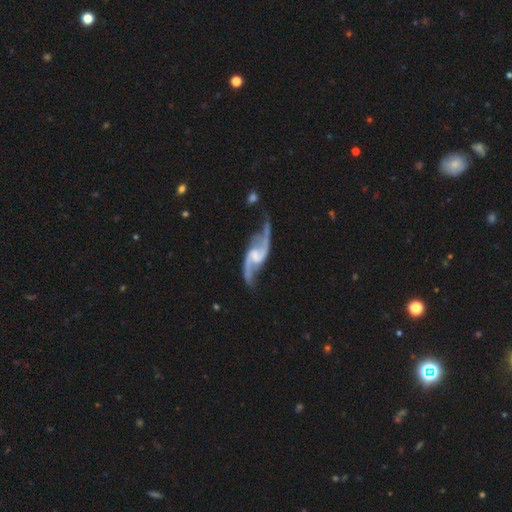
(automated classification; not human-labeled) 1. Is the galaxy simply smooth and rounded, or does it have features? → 92% featured or disk, 4% star or artifact, 4% smooth.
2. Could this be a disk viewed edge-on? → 97% no, 3% yes.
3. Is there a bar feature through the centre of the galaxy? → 51% weak, 29% no, 21% strong.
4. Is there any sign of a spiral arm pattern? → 97% yes, 3% no.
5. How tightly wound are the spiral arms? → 73% loose, 22% medium, 4% tight.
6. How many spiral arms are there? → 94% 2, 2% can't tell, 1% 1, 1% 3, 1% 4, 1% more than 4.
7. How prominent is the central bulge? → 41% none, 33% small, 20% moderate, 5% large, 1% dominant.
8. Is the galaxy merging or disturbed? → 64% none, 18% minor disturbance, 11% major disturbance, 6% merger.